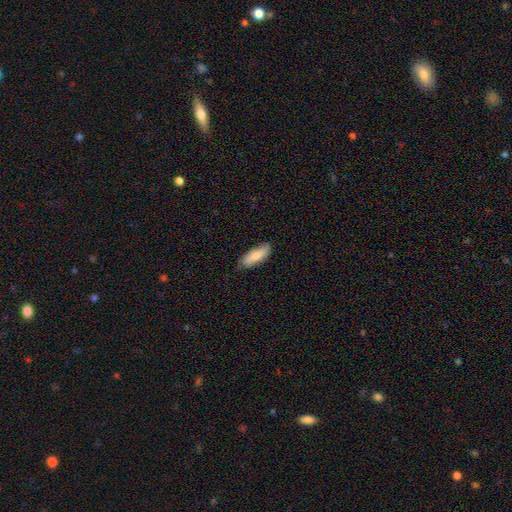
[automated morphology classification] The model was most divided on "how rounded": in between: 66%, cigar-shaped: 32%, round: 2%. More confident: merging — none (77%); smooth or featured — smooth (77%).